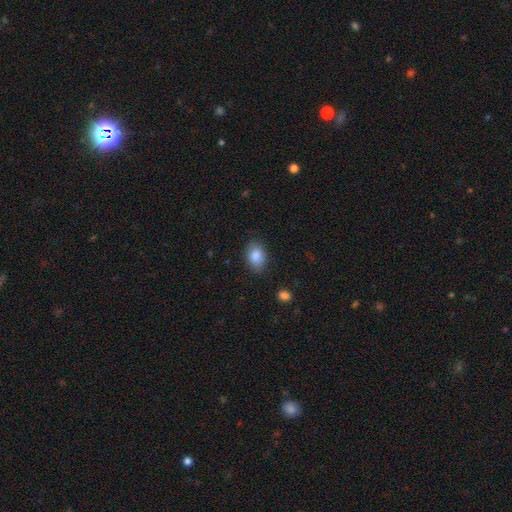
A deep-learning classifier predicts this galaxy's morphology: type=smooth (86%); roundness=in between (83%); merging=none (82%).